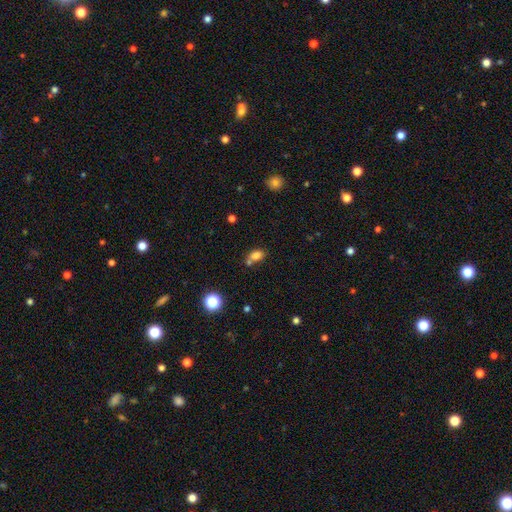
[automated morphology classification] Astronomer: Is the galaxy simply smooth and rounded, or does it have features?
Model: smooth — 79%.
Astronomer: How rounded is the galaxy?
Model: in between — 75%.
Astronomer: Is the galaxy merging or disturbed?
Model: none — 47% (runner-up: merger, 33%).